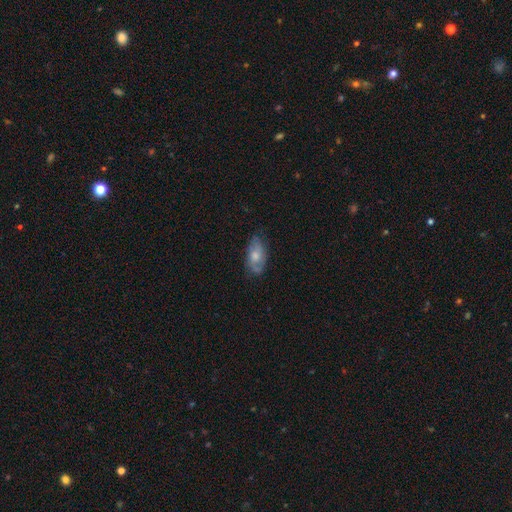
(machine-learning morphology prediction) smooth-or-featured: smooth: 54% | featured or disk: 40% | star or artifact: 7%
  how-rounded: in between: 90% | cigar-shaped: 6% | round: 4%
  merging: none: 67% | minor disturbance: 25% | major disturbance: 7% | merger: 2%